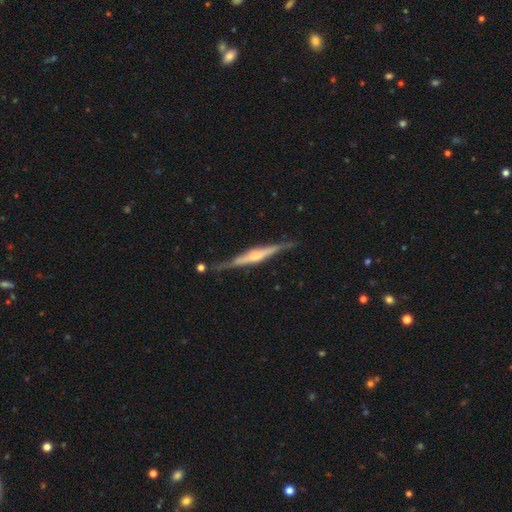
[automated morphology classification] Smooth or featured? Predicted: featured or disk (p=0.77). Edge-on disk? Predicted: yes (p=0.97). Edge-on bulge? Predicted: rounded (p=0.63). Merging? Predicted: none (p=0.80).